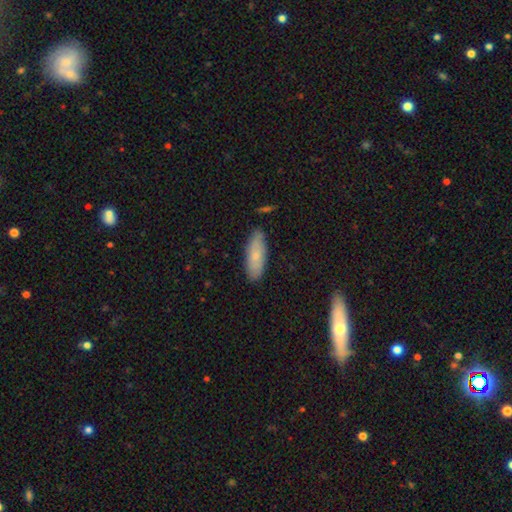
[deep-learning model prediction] Smooth or featured? smooth (75%)
How rounded? in between (65%)
Merging? none (84%)